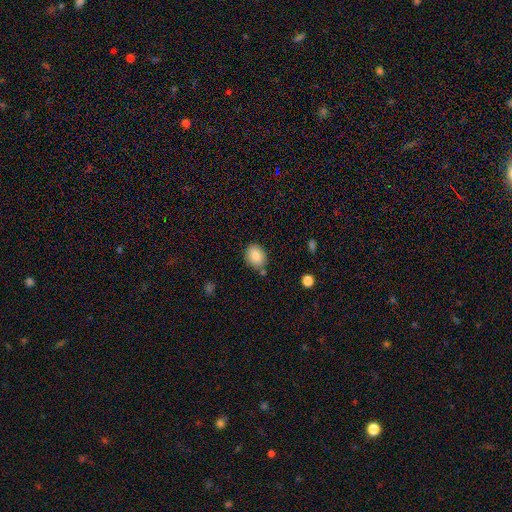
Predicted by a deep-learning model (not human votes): The model was most divided on "how rounded": in between: 63%, round: 36%, cigar-shaped: 1%. More confident: smooth or featured — smooth (87%); merging — none (77%).